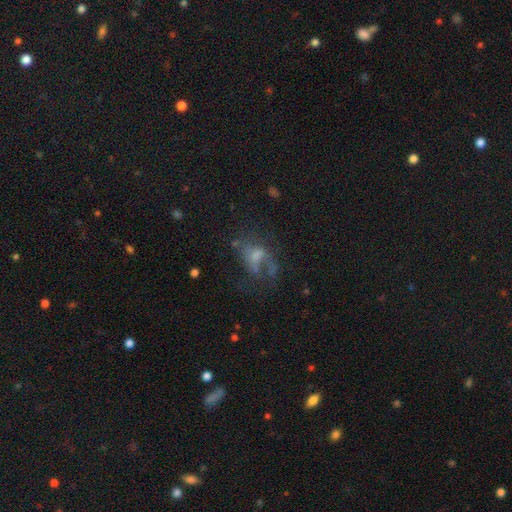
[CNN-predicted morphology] type=featured or disk (50%); edge-on=no (95%); merging=major disturbance (41%).